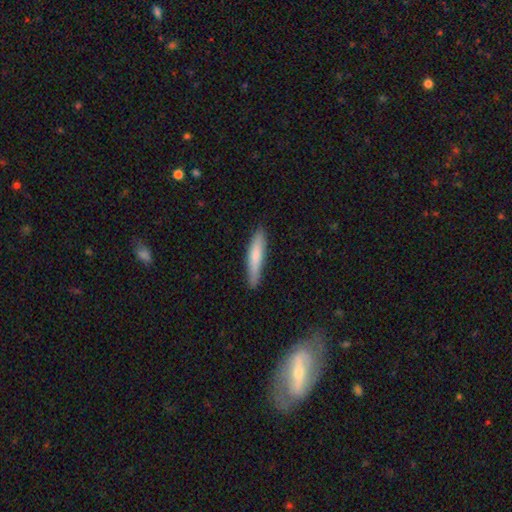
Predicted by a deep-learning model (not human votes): Morphology: type=smooth (75%); roundness=cigar-shaped (88%); merging=none (87%).